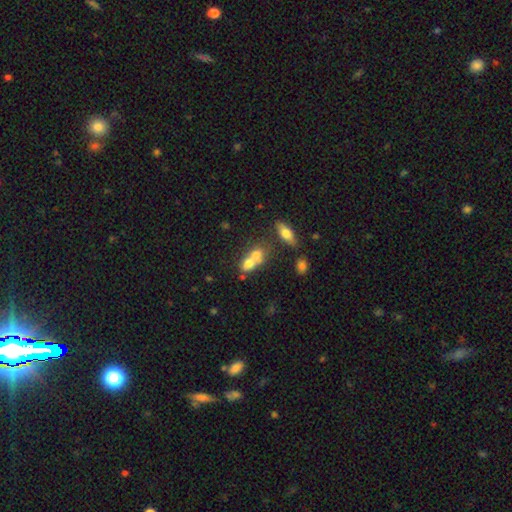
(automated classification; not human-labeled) Smooth or featured?
  - smooth: 64% *
  - featured or disk: 24%
  - star or artifact: 12%
How rounded?
  - in between: 54% *
  - round: 41%
  - cigar-shaped: 5%
Merging?
  - merger: 65% *
  - none: 23%
  - minor disturbance: 8%
  - major disturbance: 5%